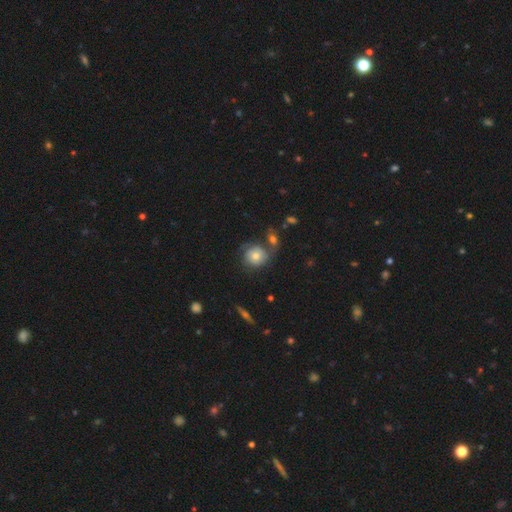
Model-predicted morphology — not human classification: smooth 49%, featured or disk 42%, star or artifact 9%. Down the decision tree: merging — none (46%).